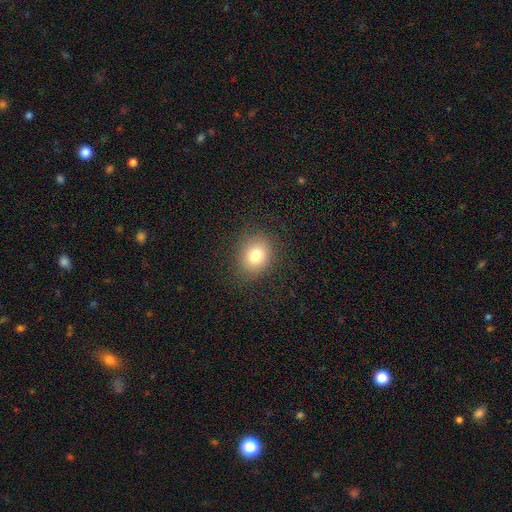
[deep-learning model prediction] smooth_or_featured: smooth (p=0.79) [alt: star or artifact p=0.12]
how_rounded: round (p=0.63) [alt: in between p=0.36]
merging: none (p=0.87) [alt: minor disturbance p=0.09]